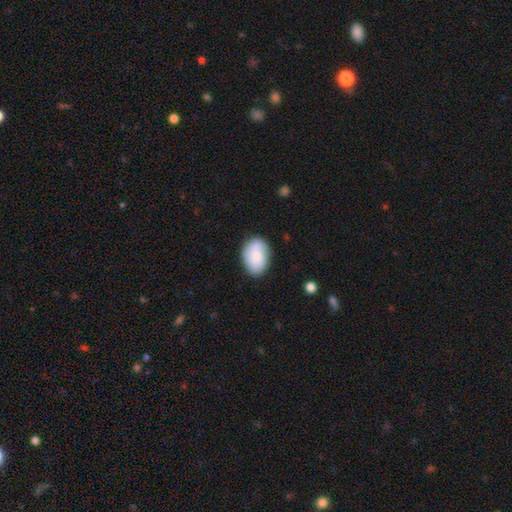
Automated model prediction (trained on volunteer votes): smooth_or_featured: smooth (p=0.71) [alt: featured or disk p=0.22]
how_rounded: in between (p=0.80) [alt: round p=0.19]
merging: none (p=0.79) [alt: minor disturbance p=0.16]